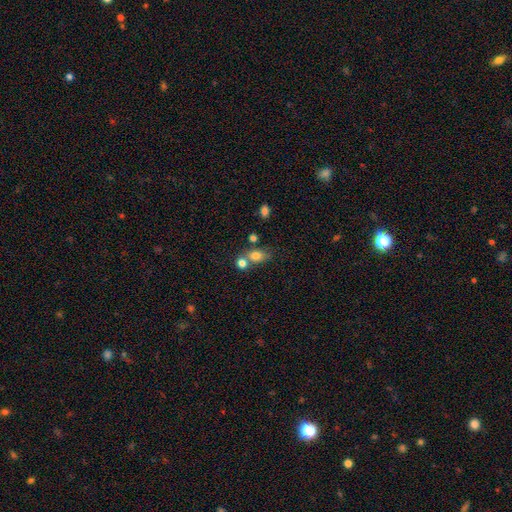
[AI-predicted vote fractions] The model was most divided on "merging": none: 46%, merger: 38%, minor disturbance: 12%, major disturbance: 5%. More confident: smooth or featured — smooth (77%); how rounded — in between (56%).